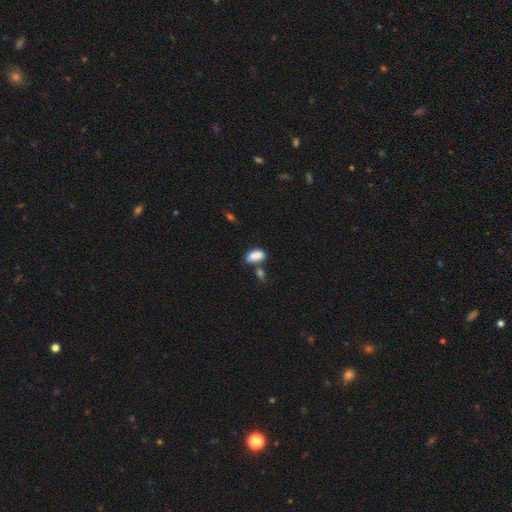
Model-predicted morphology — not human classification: This is clearly a smooth galaxy (86%). How rounded: clearly in between (91%). Merging: possibly none (52%).